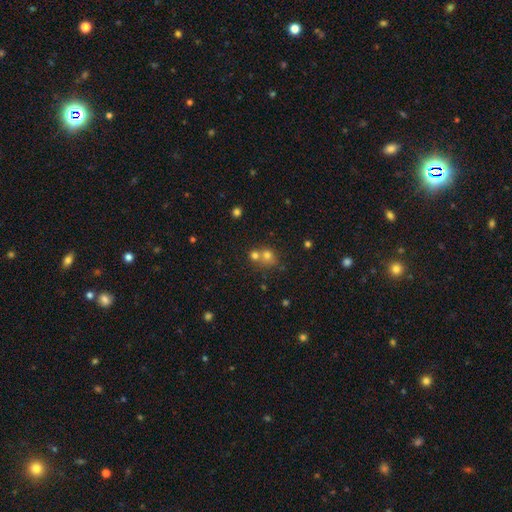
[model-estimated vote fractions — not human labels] A smooth galaxy with no disk features (67%) that is round (79%).

Vote fractions:
- Smooth or featured? smooth: 67% / star or artifact: 19% / featured or disk: 13%
- How rounded? round: 79% / in between: 20% / cigar-shaped: 1%
- Merging? merger: 49% / none: 41% / minor disturbance: 7% / major disturbance: 3%